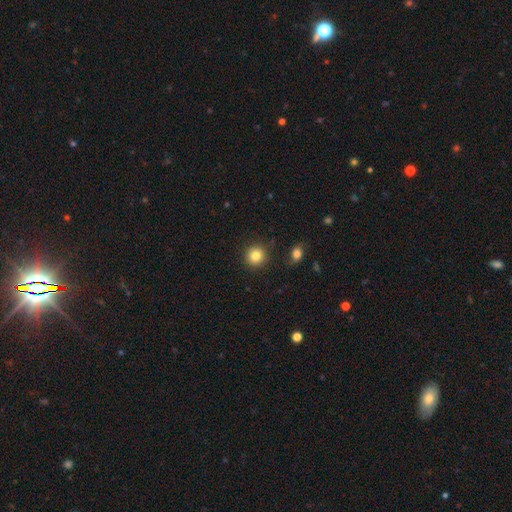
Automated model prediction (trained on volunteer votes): The model was most divided on "smooth or featured": smooth: 83%, star or artifact: 10%, featured or disk: 6%. More confident: how rounded — round (91%); merging — none (89%).